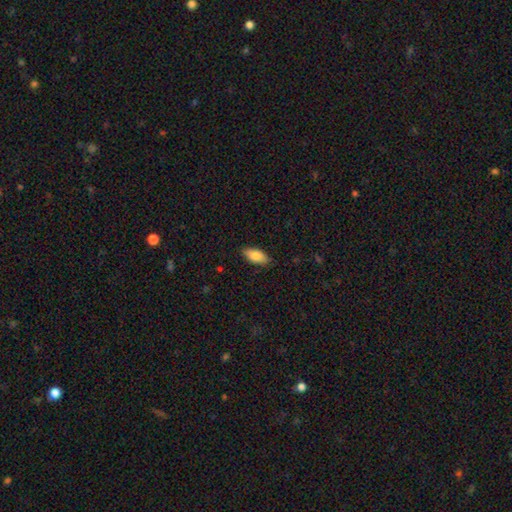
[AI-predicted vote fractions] Smooth or featured? Predicted: smooth (p=0.85). How rounded? Predicted: in between (p=0.86). Merging? Predicted: none (p=0.85).